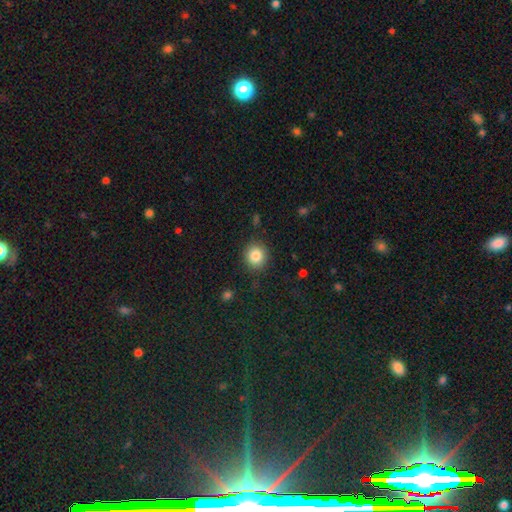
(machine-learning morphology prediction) type=smooth (84%); roundness=round (87%); merging=none (88%).